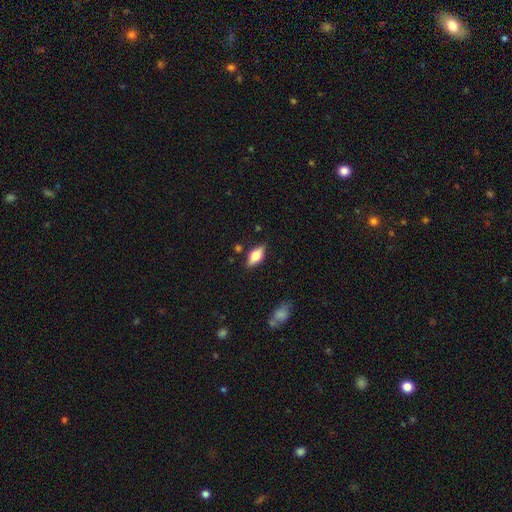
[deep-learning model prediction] The model was most divided on "smooth or featured": smooth: 58%, featured or disk: 35%, star or artifact: 7%. More confident: merging — none (83%); how rounded — in between (81%).